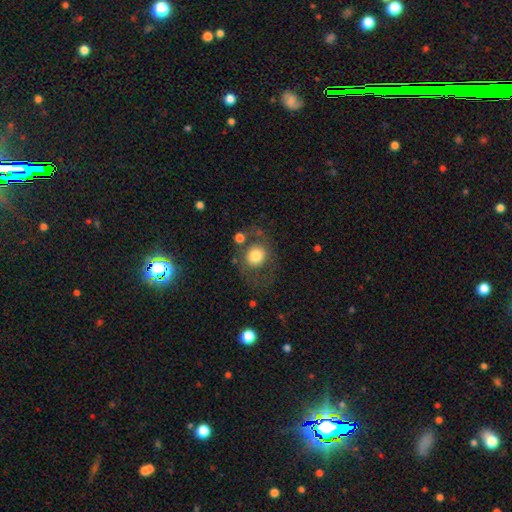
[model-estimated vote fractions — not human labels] A smooth galaxy with no disk features (69%) that is round (77%). Merging: none (65%).